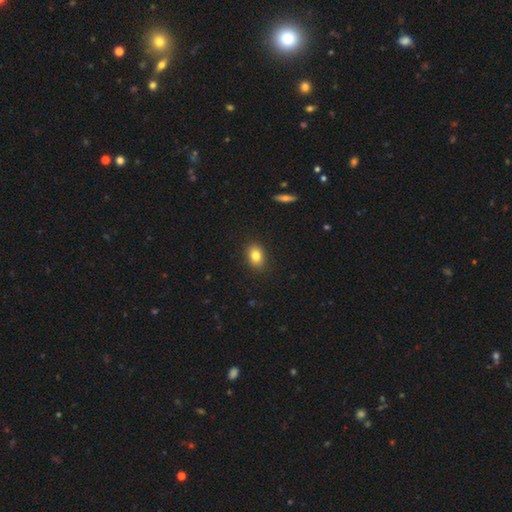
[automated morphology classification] type=smooth (83%); roundness=in between (74%); merging=none (89%).